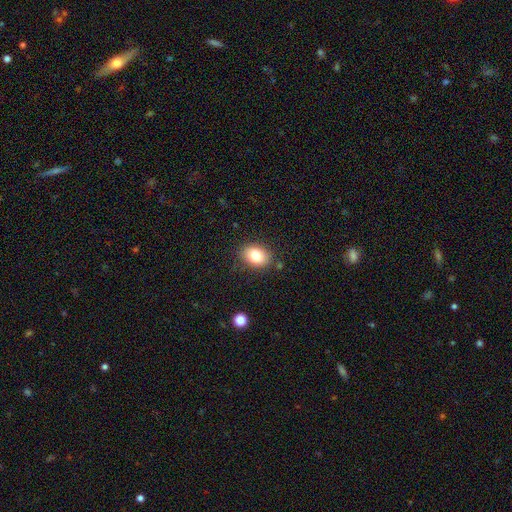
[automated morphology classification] Overall: smooth (81%). How rounded: in between (72%). Merging: none (84%).